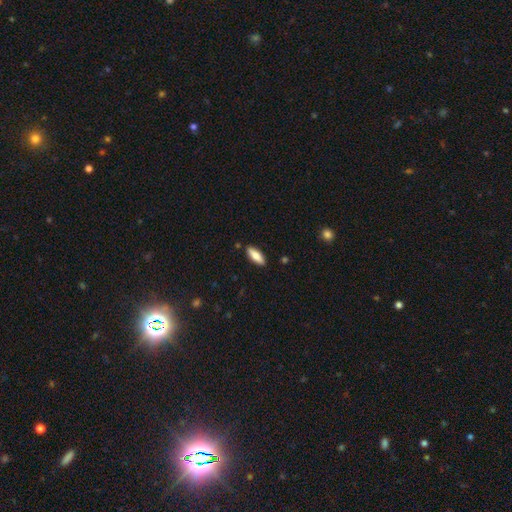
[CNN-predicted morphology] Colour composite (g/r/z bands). It shows a smooth galaxy with no disk features (79%) that is in between round and cigar-shaped (62%). Merging: none (88%).